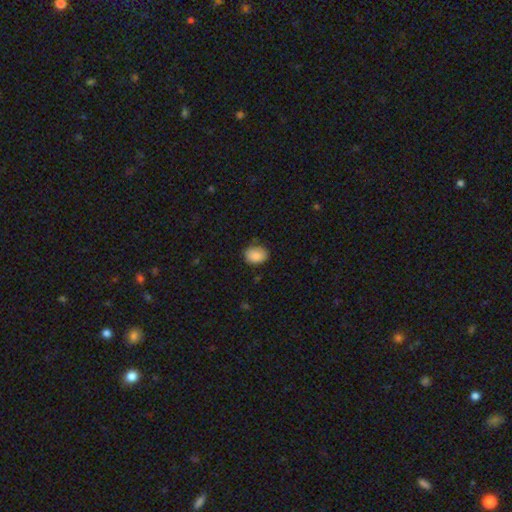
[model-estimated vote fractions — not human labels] smooth 86%, star or artifact 7%, featured or disk 6%. Down the decision tree: how rounded — in between (65%); merging — none (78%).